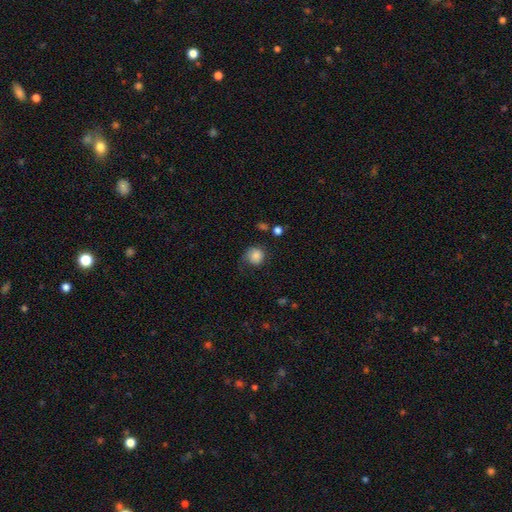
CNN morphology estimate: type=smooth (84%); roundness=round (87%); merging=none (63%).